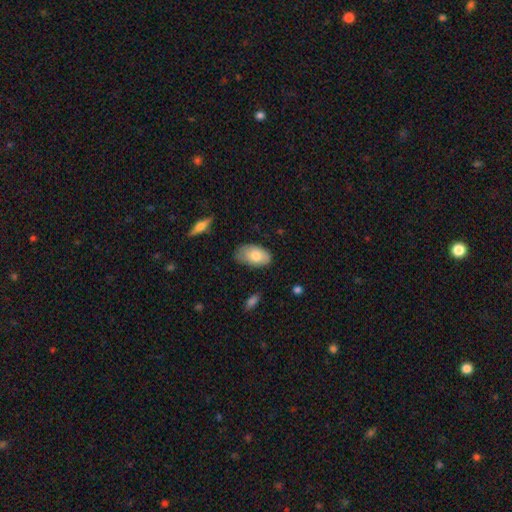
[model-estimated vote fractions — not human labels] Smooth or featured? Predicted: smooth (p=0.76). How rounded? Predicted: in between (p=0.94). Merging? Predicted: none (p=0.66).